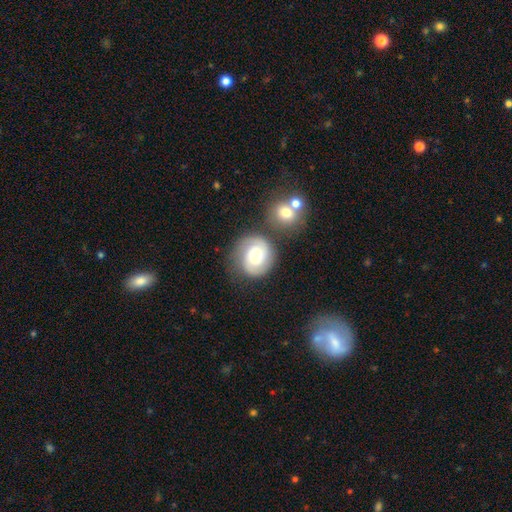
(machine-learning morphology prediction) Smooth or featured: featured or disk — 62% (smooth — 31%)
Edge-on disk: no — 98% (yes — 2%)
Bar: no — 54% (weak — 39%)
Spiral arms: yes — 90% (no — 10%)
Spiral winding: tight — 53% (medium — 36%)
Spiral arm count: 2 — 78% (can't tell — 10%)
Bulge size: moderate — 69% (large — 14%)
Merging: none — 68% (minor disturbance — 14%)